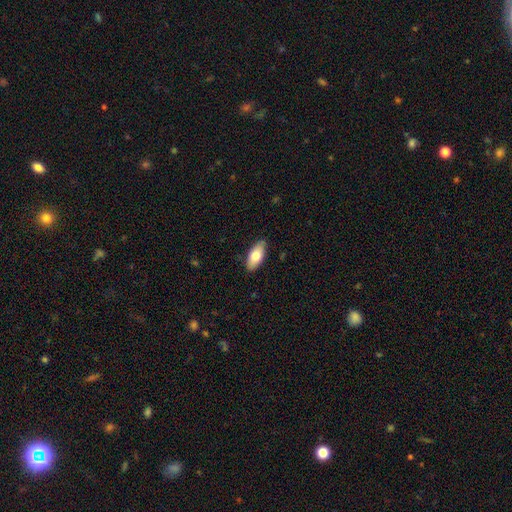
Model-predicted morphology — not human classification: type=smooth (76%); roundness=in between (89%); merging=none (86%).